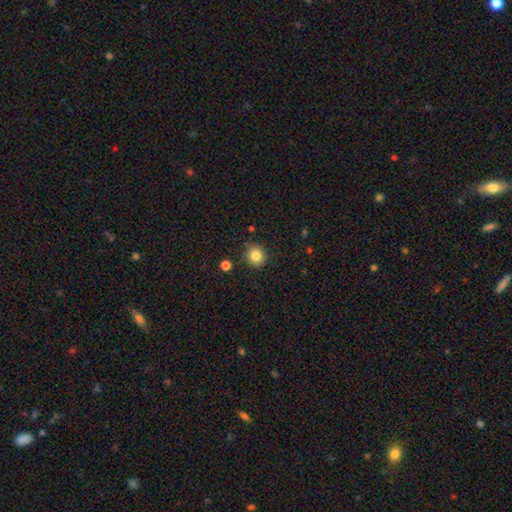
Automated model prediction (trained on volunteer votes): smooth-or-featured: smooth: 83% | star or artifact: 11% | featured or disk: 6%
  how-rounded: round: 88% | in between: 11% | cigar-shaped: 1%
  merging: none: 87% | minor disturbance: 9% | merger: 2% | major disturbance: 2%